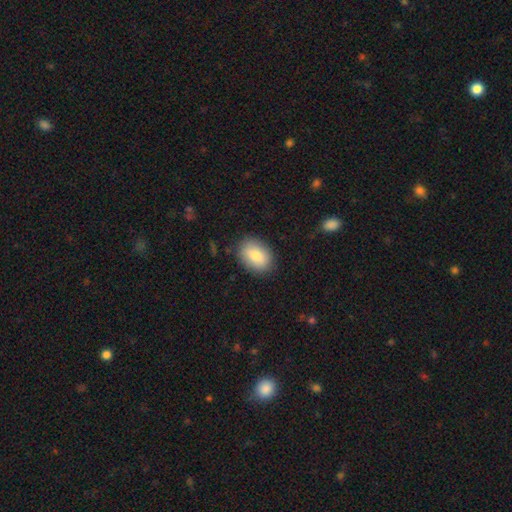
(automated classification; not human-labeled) Q: Smooth or featured?
A: smooth (80%); runner-up: featured or disk (12%)
Q: How rounded?
A: in between (76%); runner-up: round (23%)
Q: Merging?
A: none (86%); runner-up: minor disturbance (10%)